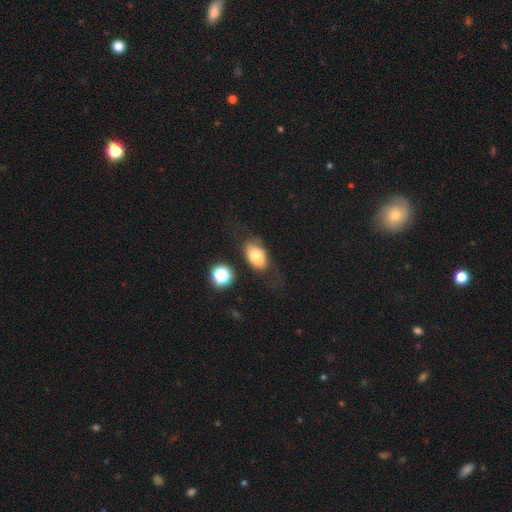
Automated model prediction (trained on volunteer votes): This is likely a smooth galaxy (63%). How rounded: likely in between (78%). Merging: marginally none (39%).